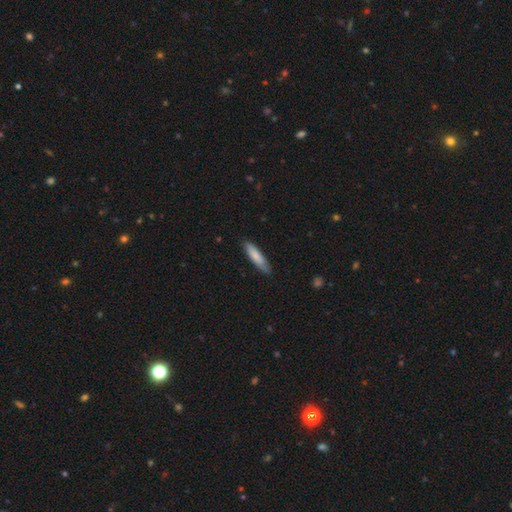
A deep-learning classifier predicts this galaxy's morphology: smooth 79%, featured or disk 16%, star or artifact 5%. Down the decision tree: how rounded — cigar-shaped (75%); merging — none (83%).